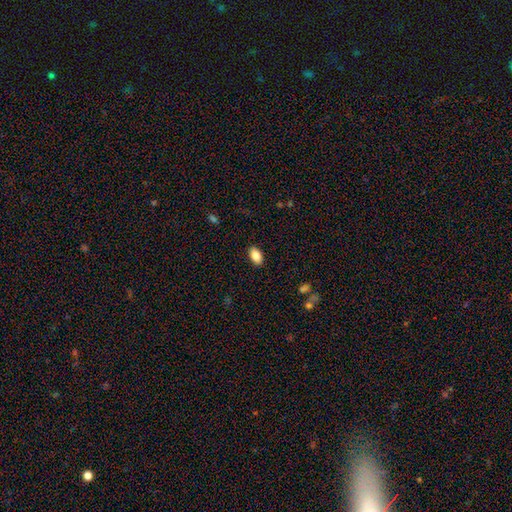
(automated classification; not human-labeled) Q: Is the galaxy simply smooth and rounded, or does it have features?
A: smooth — 85%.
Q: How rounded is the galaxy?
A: in between — 92%.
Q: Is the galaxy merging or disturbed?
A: none — 89%.